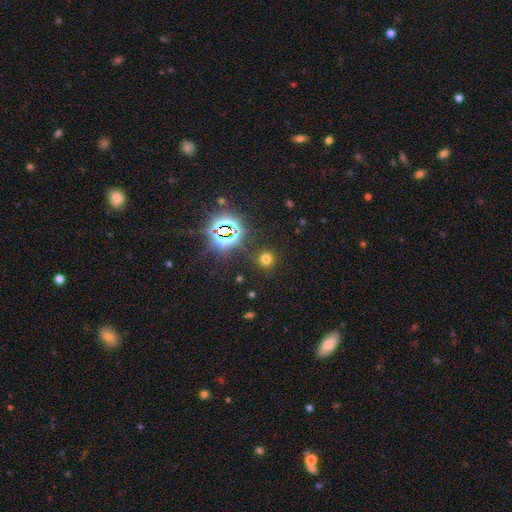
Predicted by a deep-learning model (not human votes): smooth_or_featured: star or artifact (p=0.74) [alt: smooth p=0.18]